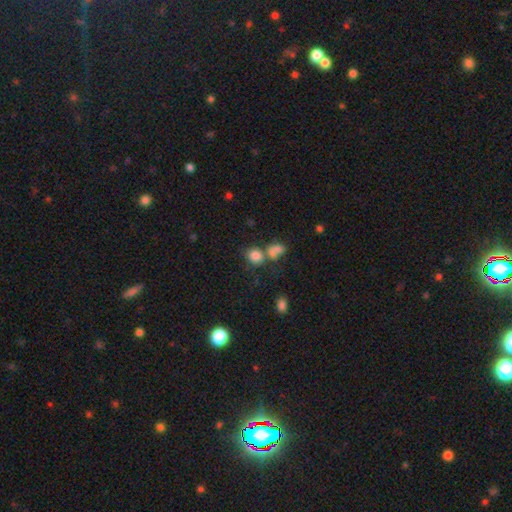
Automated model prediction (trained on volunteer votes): Q: Smooth or featured?
A: smooth (80%); runner-up: star or artifact (12%)
Q: How rounded?
A: round (64%); runner-up: in between (35%)
Q: Merging?
A: none (45%); runner-up: merger (38%)